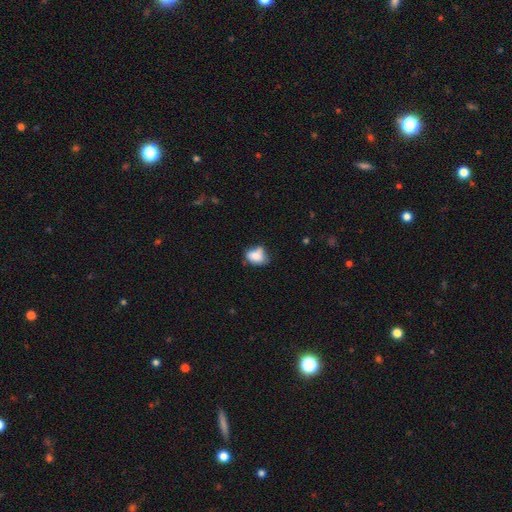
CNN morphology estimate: Overall: smooth (76%). How rounded: in between (76%). Merging: none (39%; minor disturbance 30%).